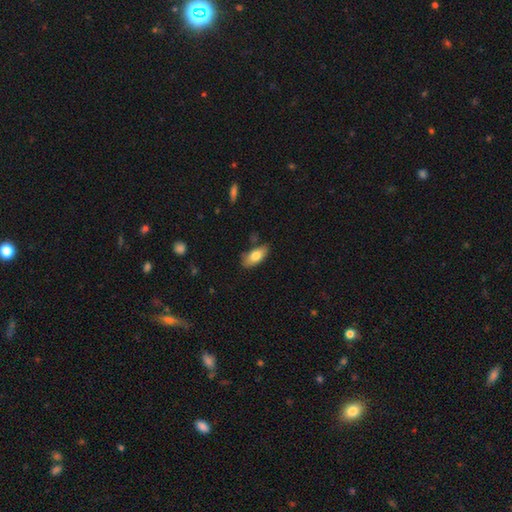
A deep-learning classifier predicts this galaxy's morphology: A smooth galaxy with no disk features (76%) that is in between round and cigar-shaped (86%).

Vote fractions:
- Smooth or featured? smooth: 76% / featured or disk: 18% / star or artifact: 6%
- How rounded? in between: 86% / cigar-shaped: 11% / round: 3%
- Merging? none: 74% / minor disturbance: 19% / major disturbance: 3% / merger: 3%